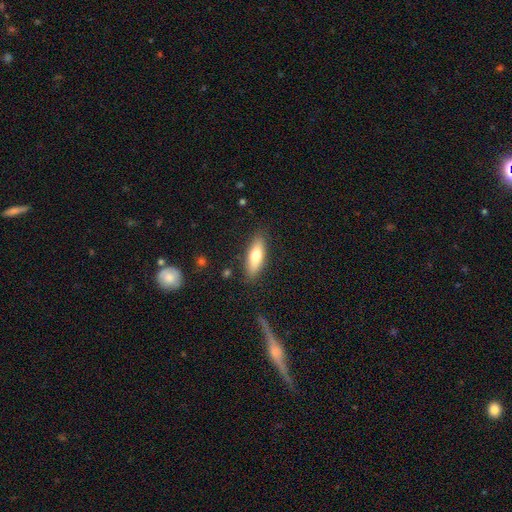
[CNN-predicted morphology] type=smooth (72%); roundness=in between (57%); merging=none (86%).